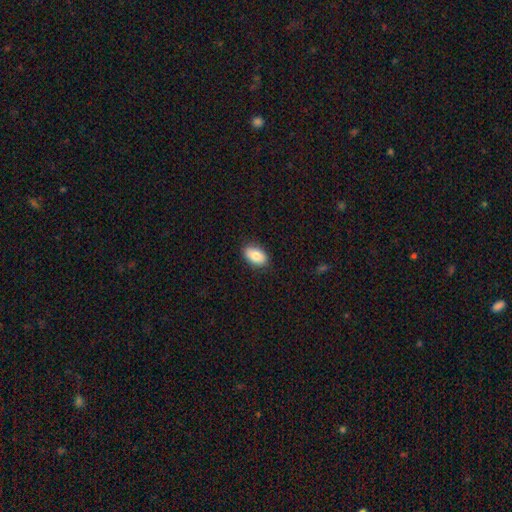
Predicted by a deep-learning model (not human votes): Q: Smooth or featured?
A: smooth (82%); runner-up: featured or disk (11%)
Q: How rounded?
A: in between (91%); runner-up: round (7%)
Q: Merging?
A: none (86%); runner-up: minor disturbance (11%)